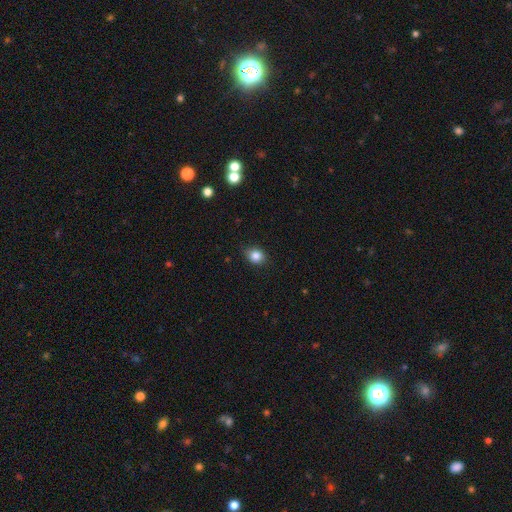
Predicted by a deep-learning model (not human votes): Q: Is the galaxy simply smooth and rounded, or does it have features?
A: smooth — 85%.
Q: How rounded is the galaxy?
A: round — 60%.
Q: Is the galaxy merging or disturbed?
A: none — 79%.